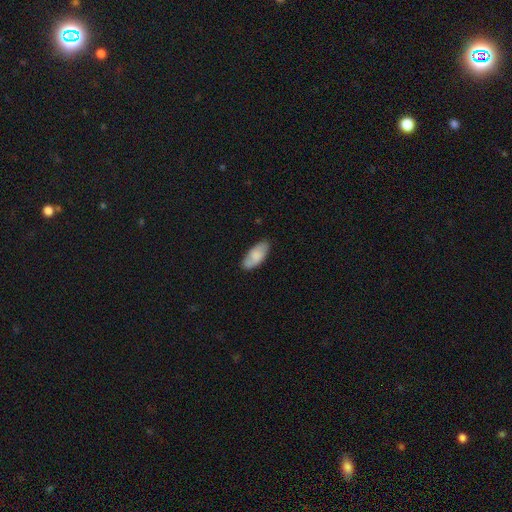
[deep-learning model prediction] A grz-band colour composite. It shows a smooth galaxy with no disk features (79%) that is in between round and cigar-shaped (87%). Merging: none (78%).